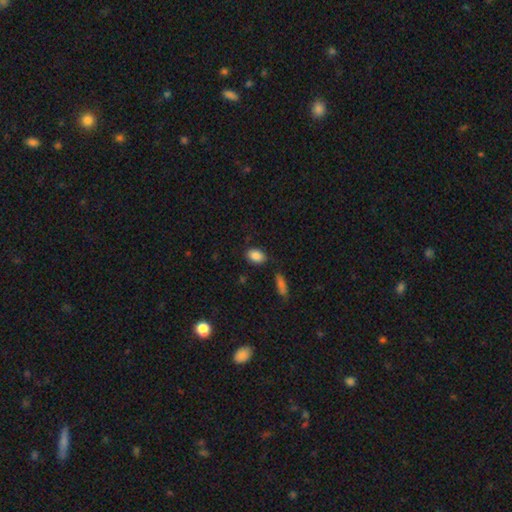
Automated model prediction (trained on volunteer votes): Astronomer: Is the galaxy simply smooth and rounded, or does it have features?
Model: smooth — 87%.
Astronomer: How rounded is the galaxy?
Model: in between — 82%.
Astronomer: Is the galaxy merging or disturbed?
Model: none — 80%.